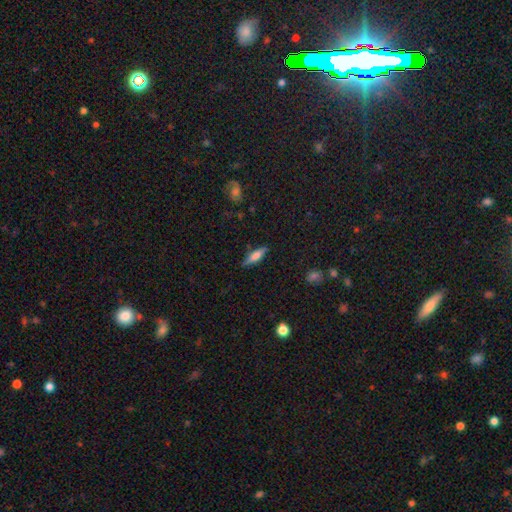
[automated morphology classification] Q: Smooth or featured?
A: smooth (59%); runner-up: featured or disk (34%)
Q: How rounded?
A: cigar-shaped (62%); runner-up: in between (36%)
Q: Merging?
A: none (82%); runner-up: minor disturbance (13%)